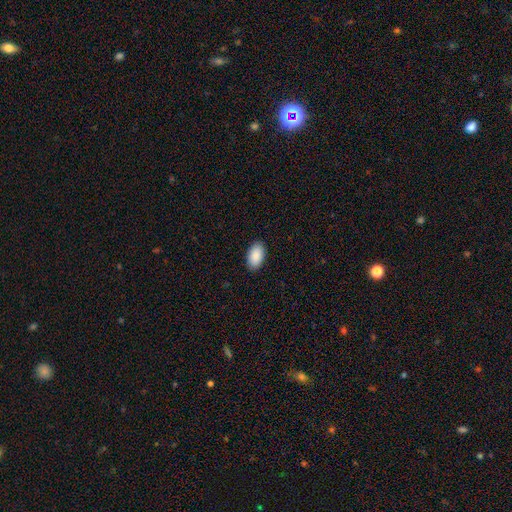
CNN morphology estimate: Smooth or featured?
  - smooth: 91% *
  - star or artifact: 6%
  - featured or disk: 3%
How rounded?
  - in between: 96% *
  - round: 3%
  - cigar-shaped: 1%
Merging?
  - none: 90% *
  - minor disturbance: 7%
  - major disturbance: 2%
  - merger: 1%